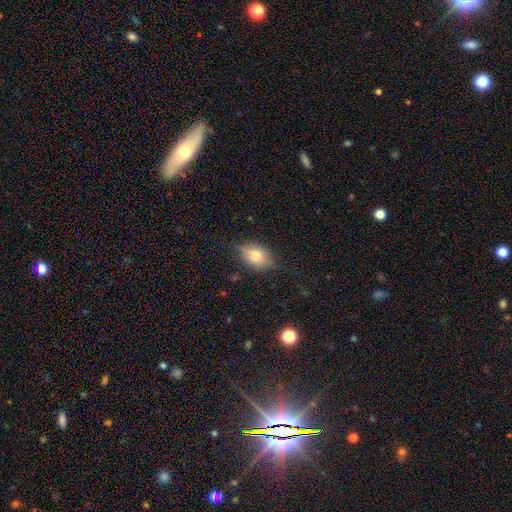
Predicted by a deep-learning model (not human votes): smooth-or-featured: smooth: 64% | featured or disk: 26% | star or artifact: 10%
  how-rounded: in between: 80% | round: 15% | cigar-shaped: 4%
  merging: none: 70% | minor disturbance: 21% | major disturbance: 7% | merger: 1%